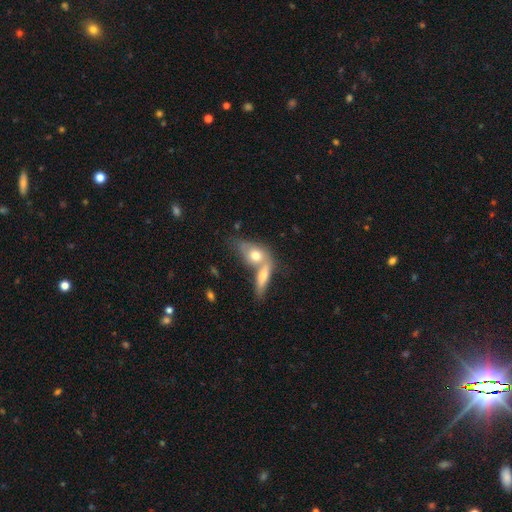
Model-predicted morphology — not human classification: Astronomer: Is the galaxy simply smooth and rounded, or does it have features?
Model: smooth — 64%.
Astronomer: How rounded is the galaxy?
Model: in between — 70%.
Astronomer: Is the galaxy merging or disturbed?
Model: merger — 63%.